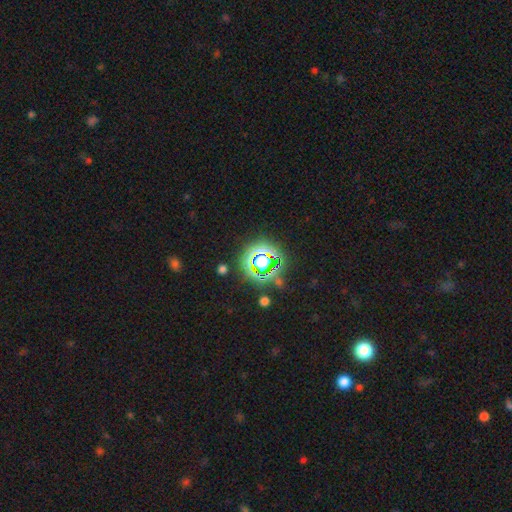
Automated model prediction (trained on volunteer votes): smooth-or-featured: star or artifact: 74% | smooth: 17% | featured or disk: 10%